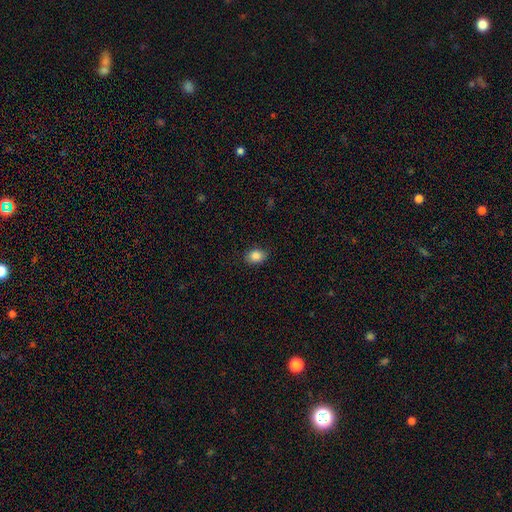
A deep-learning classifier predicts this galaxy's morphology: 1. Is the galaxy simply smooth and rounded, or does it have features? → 87% smooth, 9% star or artifact, 4% featured or disk.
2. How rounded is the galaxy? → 70% in between, 29% round, 1% cigar-shaped.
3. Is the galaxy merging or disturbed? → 85% none, 11% minor disturbance, 3% major disturbance, 1% merger.